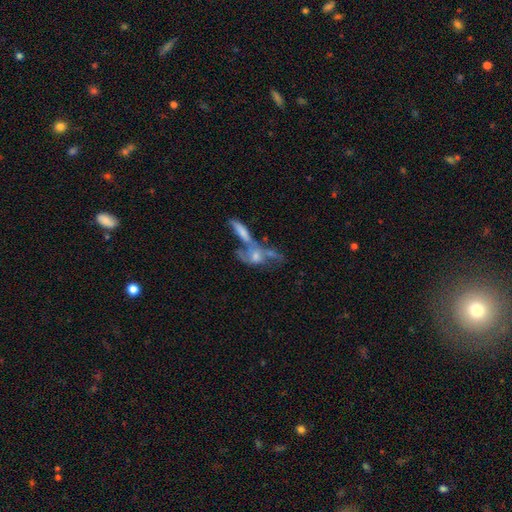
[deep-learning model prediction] Morphology: type=featured or disk (61%); edge-on=no (83%); bar=no (75%); spiral arms=yes (58%); bulge=moderate (45%); merging=merger (56%).